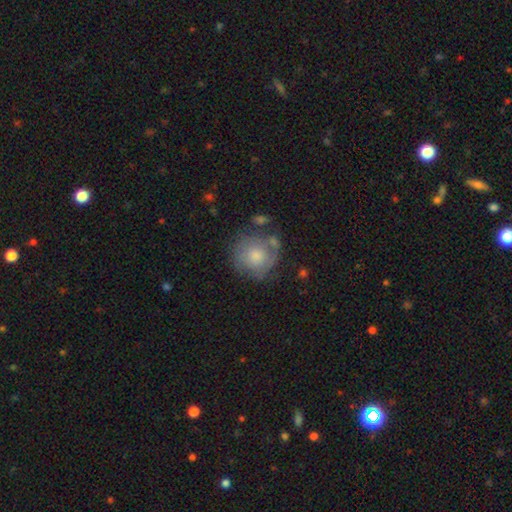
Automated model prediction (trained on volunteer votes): smooth 53%, featured or disk 38%, star or artifact 9%. Down the decision tree: how rounded — round (88%); merging — none (63%).